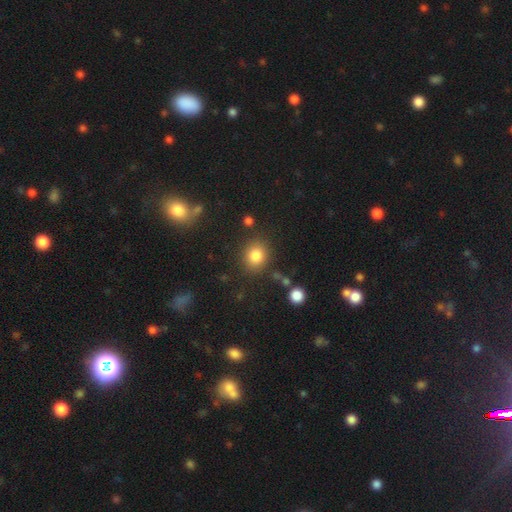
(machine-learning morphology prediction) Smooth or featured?
  - smooth: 83% *
  - star or artifact: 11%
  - featured or disk: 6%
How rounded?
  - round: 68% *
  - in between: 31%
  - cigar-shaped: 1%
Merging?
  - none: 82% *
  - minor disturbance: 11%
  - merger: 4%
  - major disturbance: 4%